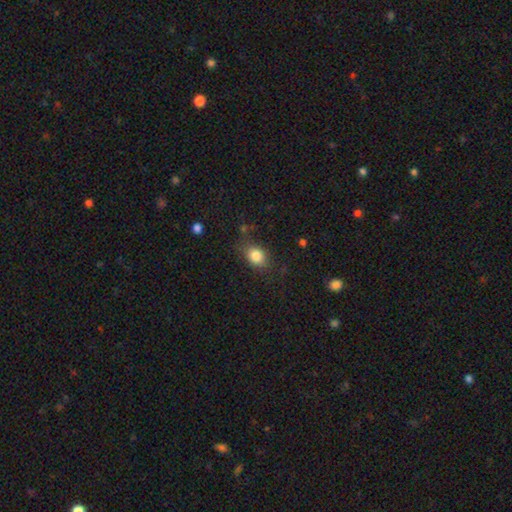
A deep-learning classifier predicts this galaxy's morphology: The model was most divided on "how rounded": in between: 61%, round: 37%, cigar-shaped: 1%. More confident: smooth or featured — smooth (84%); merging — none (74%).